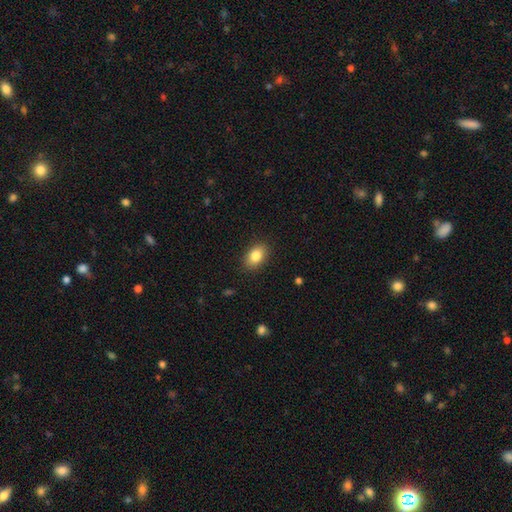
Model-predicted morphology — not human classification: Smooth or featured? Predicted: smooth (p=0.84). How rounded? Predicted: in between (p=0.84). Merging? Predicted: none (p=0.88).